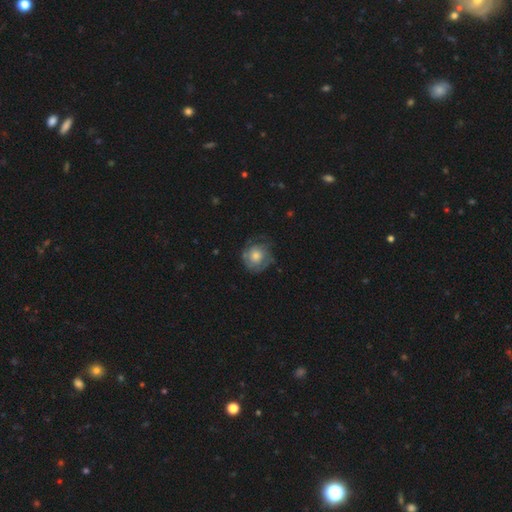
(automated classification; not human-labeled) A smooth galaxy with no disk features (48%). Merging: none (65%).